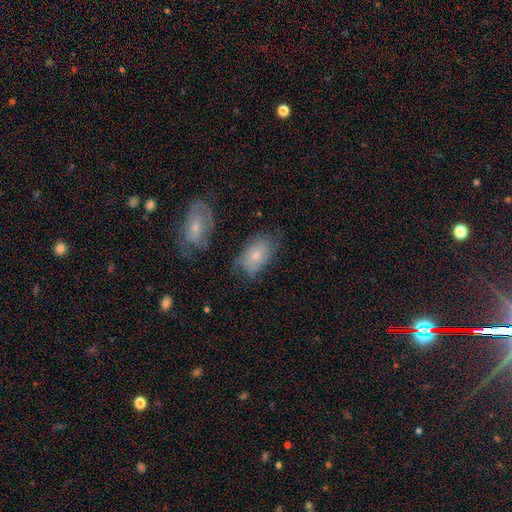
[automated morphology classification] Smooth or featured? smooth (57%)
How rounded? in between (89%)
Merging? none (57%)